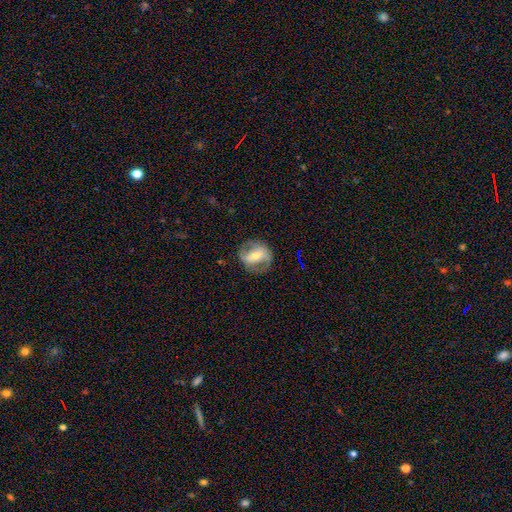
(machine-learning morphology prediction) Smooth or featured?
  - featured or disk: 66% *
  - smooth: 27%
  - star or artifact: 7%
Edge-on disk?
  - no: 92% *
  - yes: 8%
Bar?
  - strong: 51% *
  - weak: 29%
  - no: 20%
Spiral arms?
  - yes: 65% *
  - no: 35%
Bulge size?
  - moderate: 52% *
  - small: 41%
  - large: 4%
  - none: 2%
  - dominant: 1%
Merging?
  - none: 75% *
  - minor disturbance: 15%
  - major disturbance: 9%
  - merger: 1%